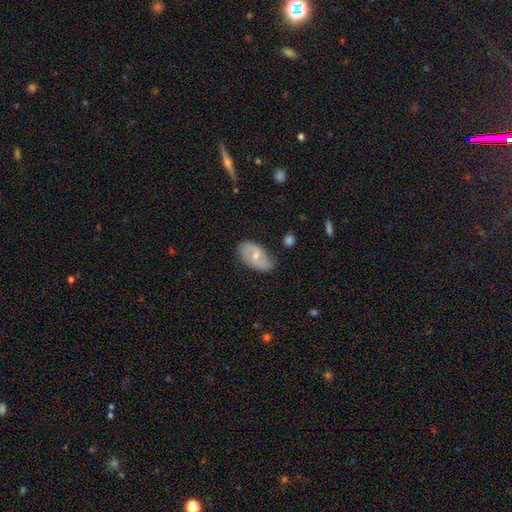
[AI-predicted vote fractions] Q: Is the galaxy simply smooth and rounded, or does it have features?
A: featured or disk — 50%.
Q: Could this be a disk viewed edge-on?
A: no — 94%.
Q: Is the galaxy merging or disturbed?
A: none — 76%.